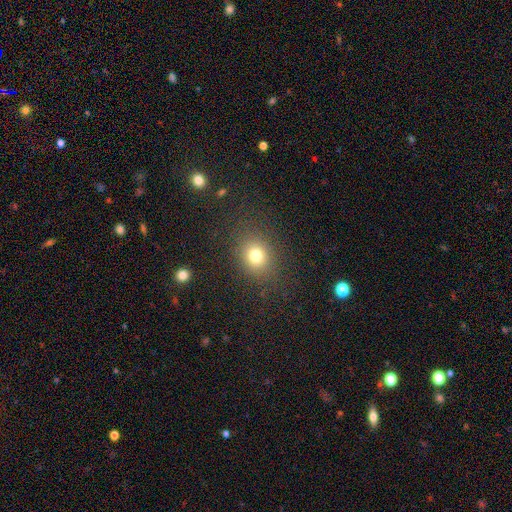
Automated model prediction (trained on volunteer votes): The model was most divided on "how rounded": round: 69%, in between: 30%, cigar-shaped: 1%. More confident: merging — none (84%); smooth or featured — smooth (77%).